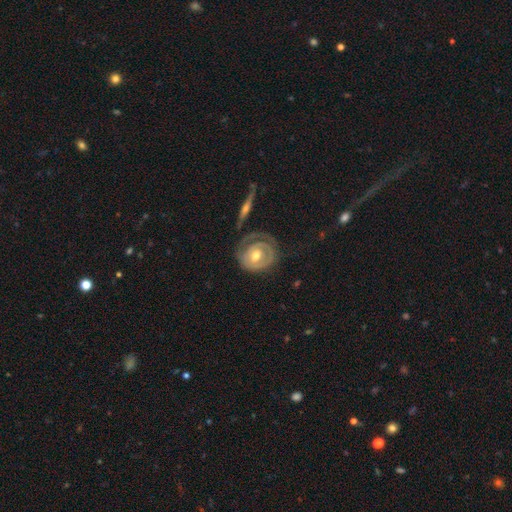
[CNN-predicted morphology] A featured or disk galaxy (71%) with no bar (67%), spiral arms (70%) and a moderate central bulge (73%). Merging: none (54%).